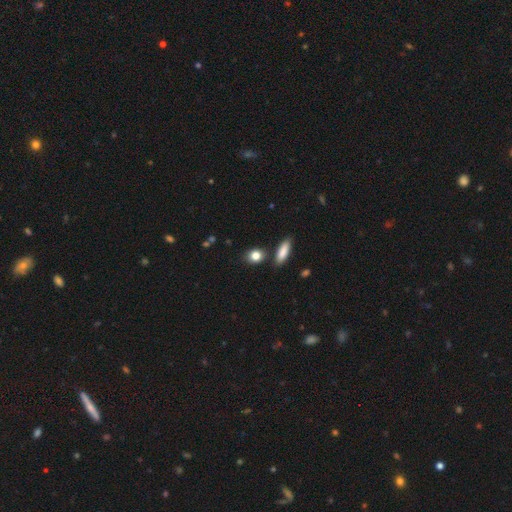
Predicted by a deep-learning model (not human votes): This is clearly a smooth galaxy (84%). How rounded: possibly round (50%). Merging: likely none (78%).